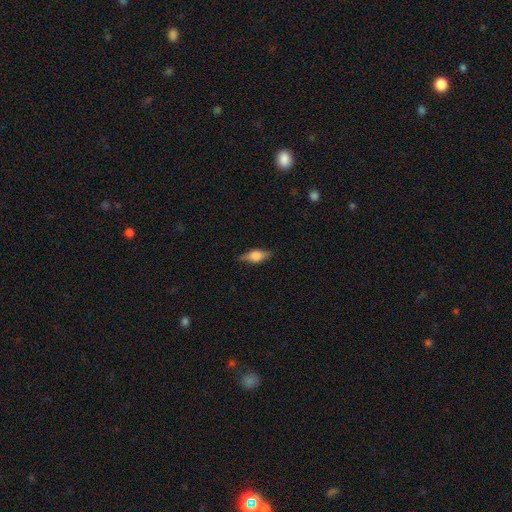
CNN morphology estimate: Q: Smooth or featured?
A: featured or disk (49%); runner-up: smooth (43%)
Q: Merging?
A: none (84%); runner-up: minor disturbance (12%)